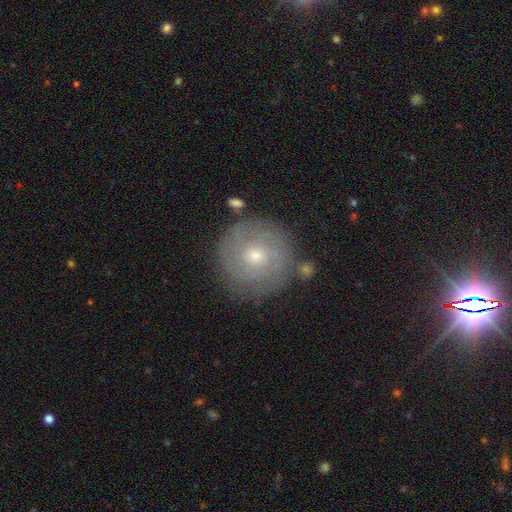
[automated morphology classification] type=featured or disk (60%); edge-on=no (97%); bar=no (77%); spiral arms=yes (77%); bulge=moderate (50%); merging=none (79%).